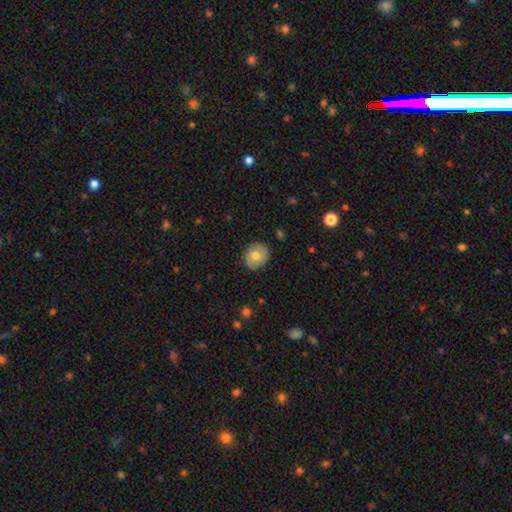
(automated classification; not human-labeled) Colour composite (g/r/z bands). It shows a smooth galaxy with no disk features (67%) that is round (70%). Merging: none (83%).